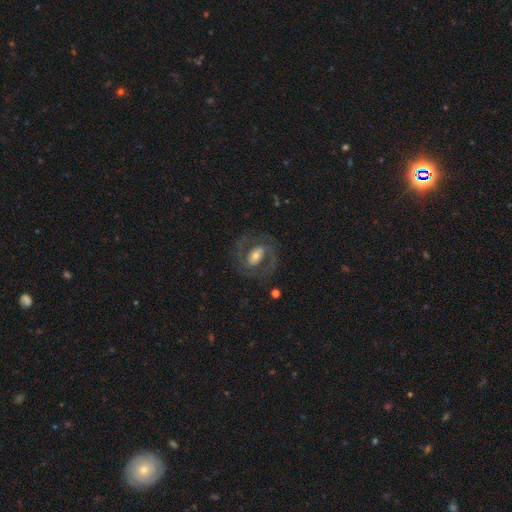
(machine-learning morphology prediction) smooth_or_featured: featured or disk (p=0.77) [alt: smooth p=0.16]
disk_edge_on: no (p=0.97) [alt: yes p=0.03]
bar: weak (p=0.37) [alt: no p=0.34]
has_spiral_arms: yes (p=0.83) [alt: no p=0.17]
spiral_winding: medium (p=0.51) [alt: tight p=0.33]
spiral_arm_count: 2 (p=0.86) [alt: can't tell p=0.07]
bulge_size: moderate (p=0.50) [alt: small p=0.34]
merging: none (p=0.73) [alt: minor disturbance p=0.13]